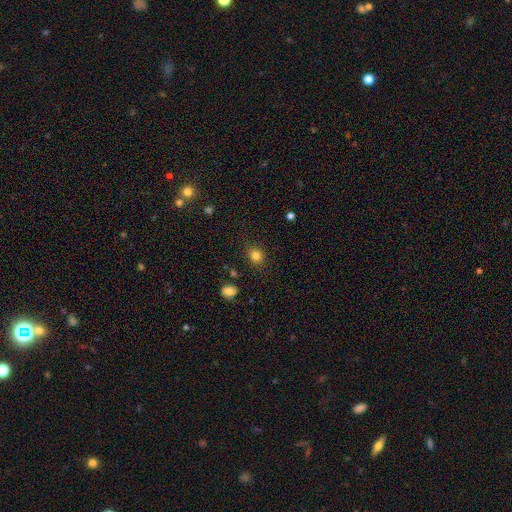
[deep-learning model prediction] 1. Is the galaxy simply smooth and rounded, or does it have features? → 83% smooth, 12% star or artifact, 5% featured or disk.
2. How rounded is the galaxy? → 73% round, 26% in between, 1% cigar-shaped.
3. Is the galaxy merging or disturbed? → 84% none, 11% minor disturbance, 3% major disturbance, 2% merger.